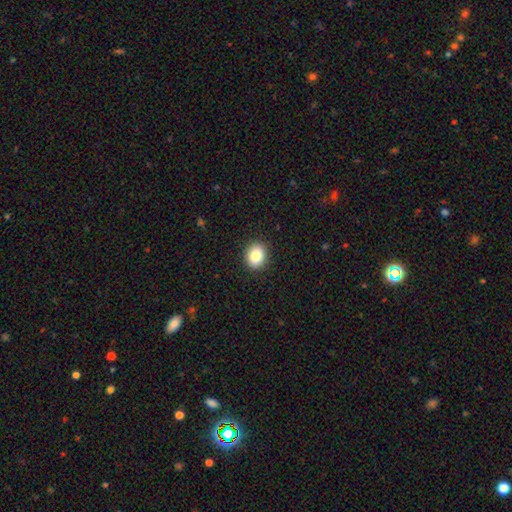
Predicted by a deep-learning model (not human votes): Smooth or featured? smooth (85%)
How rounded? round (55%)
Merging? none (91%)